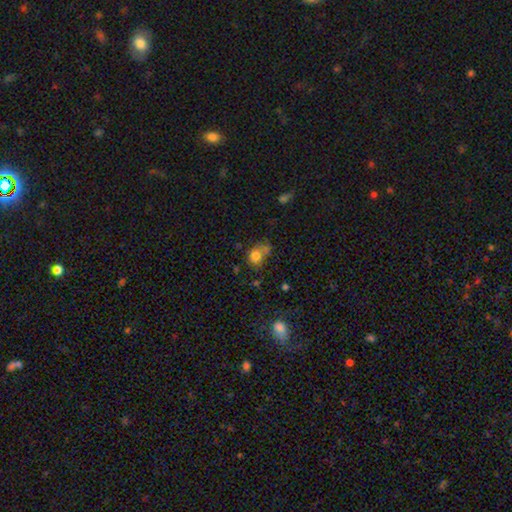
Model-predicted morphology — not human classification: The model was most divided on "how rounded": round: 57%, in between: 42%, cigar-shaped: 1%. Remaining: smooth or featured — smooth (73%); merging — none (41%).